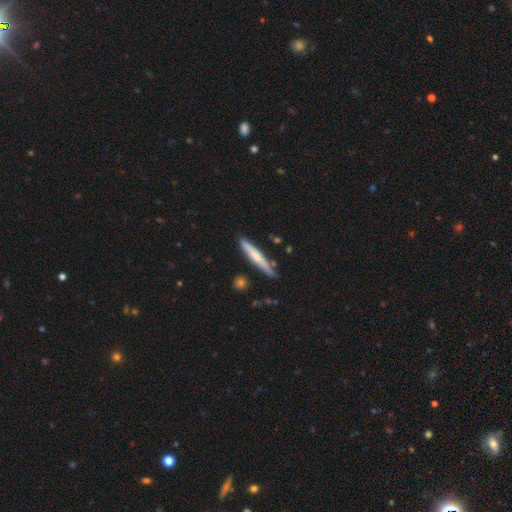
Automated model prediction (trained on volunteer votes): smooth 54%, featured or disk 40%, star or artifact 5%. Down the decision tree: how rounded — cigar-shaped (94%); merging — none (83%).